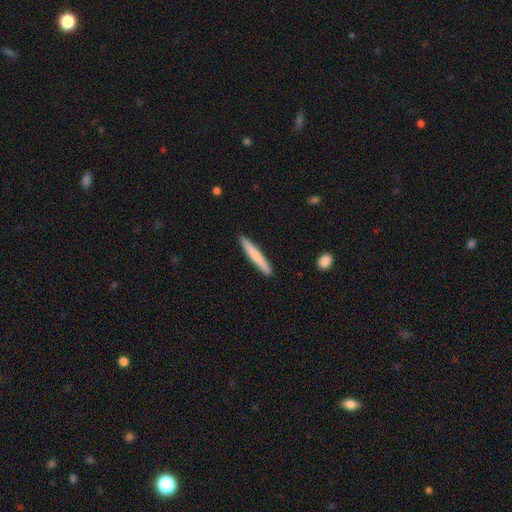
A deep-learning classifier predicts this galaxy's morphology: Overall: smooth (68%). How rounded: cigar-shaped (96%). Merging: none (91%).